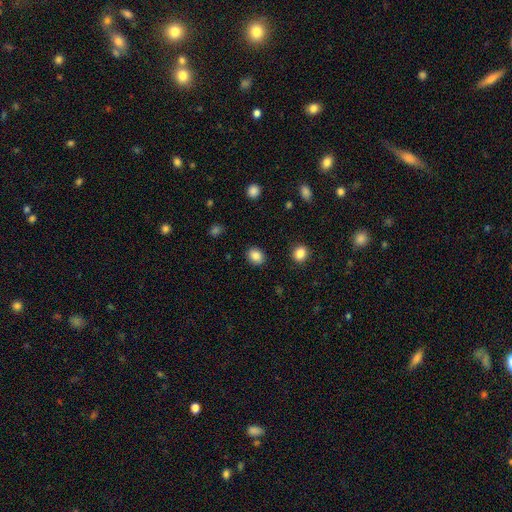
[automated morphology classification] Overall: smooth (86%). How rounded: round (52%; in between 47%). Merging: none (88%).